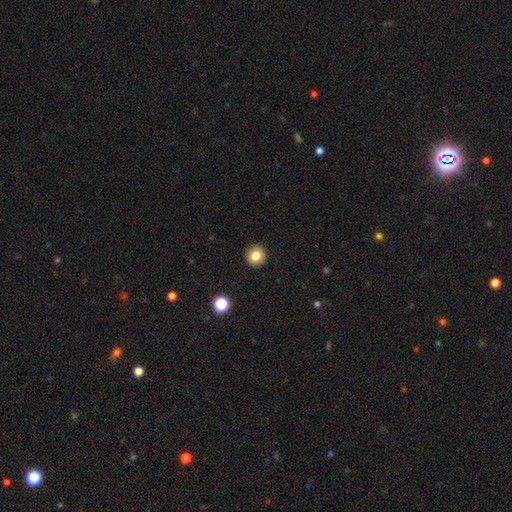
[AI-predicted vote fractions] smooth_or_featured: smooth (p=0.81) [alt: star or artifact p=0.11]
how_rounded: round (p=0.94) [alt: in between p=0.05]
merging: none (p=0.93) [alt: minor disturbance p=0.05]